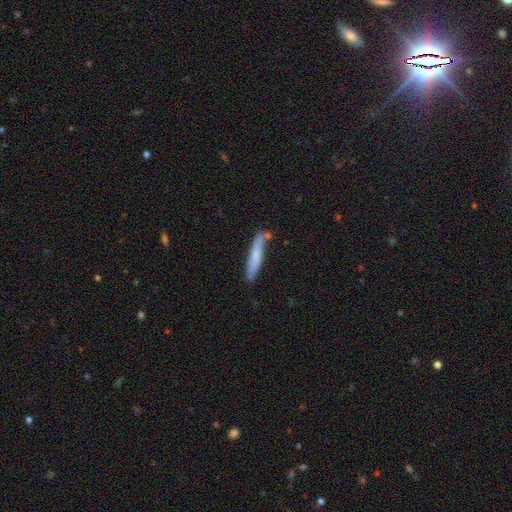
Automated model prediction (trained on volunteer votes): A smooth galaxy with no disk features (66%) that is cigar-shaped (88%). Merging: none (66%).